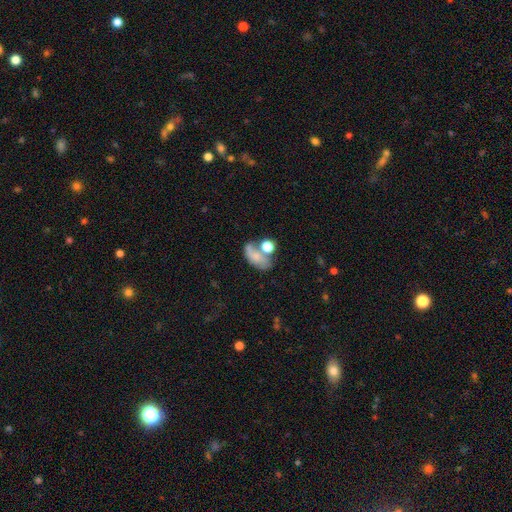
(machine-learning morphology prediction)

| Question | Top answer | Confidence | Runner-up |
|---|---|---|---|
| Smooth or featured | smooth | 58% | featured or disk (29%) |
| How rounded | in between | 81% | round (16%) |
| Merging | merger | 33% | none (29%) |